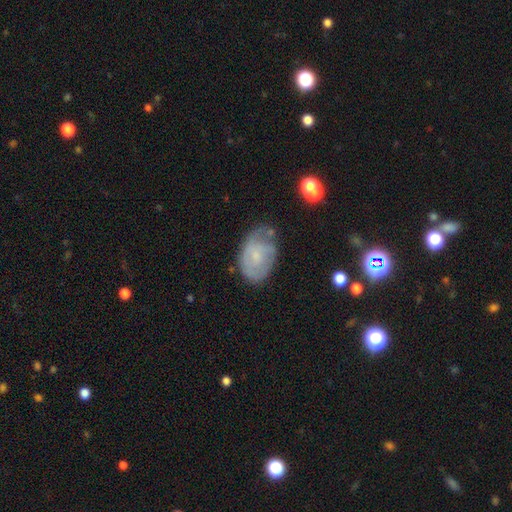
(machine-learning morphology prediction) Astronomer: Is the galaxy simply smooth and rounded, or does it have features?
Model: featured or disk — 53% (runner-up: smooth, 39%).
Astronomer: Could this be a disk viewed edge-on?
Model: no — 96%.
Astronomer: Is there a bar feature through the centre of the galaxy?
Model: no — 65%.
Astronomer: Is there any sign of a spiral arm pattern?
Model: yes — 69%.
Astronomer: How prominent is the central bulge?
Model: small — 61%.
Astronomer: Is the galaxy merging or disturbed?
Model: none — 48% (runner-up: minor disturbance, 33%).